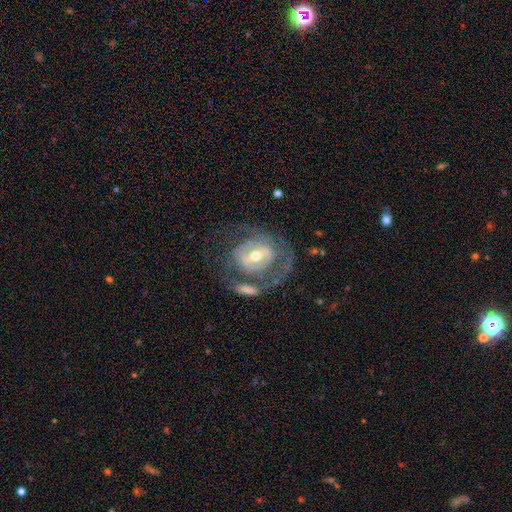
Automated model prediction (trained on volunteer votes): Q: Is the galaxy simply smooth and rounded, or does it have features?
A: featured or disk — 76%.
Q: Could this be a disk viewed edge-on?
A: no — 95%.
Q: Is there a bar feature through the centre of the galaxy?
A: weak — 41%.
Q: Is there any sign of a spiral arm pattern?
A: yes — 62%.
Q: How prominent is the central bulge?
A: moderate — 66%.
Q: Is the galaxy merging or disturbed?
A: none — 43%.